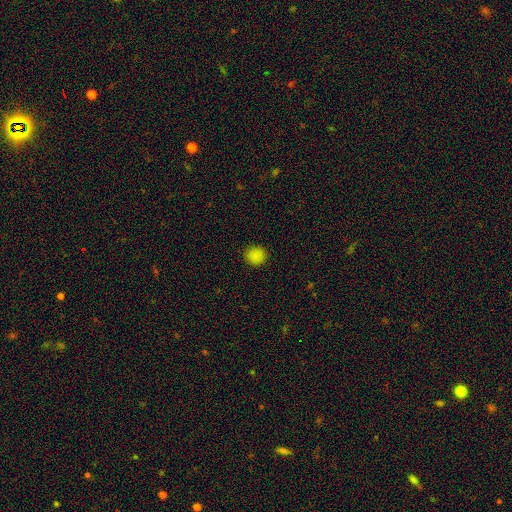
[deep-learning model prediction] A smooth galaxy with no disk features (85%) that is round (88%). Merging: none (90%).